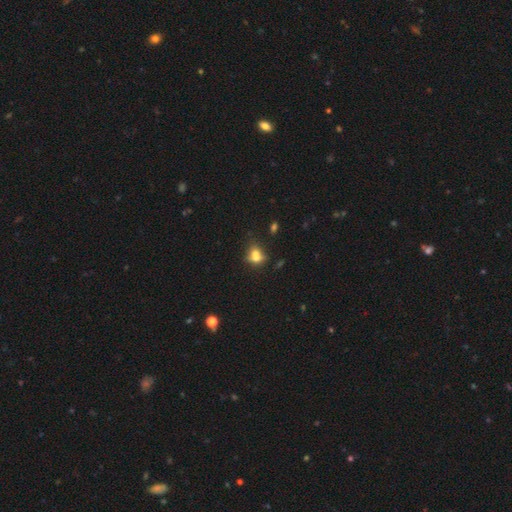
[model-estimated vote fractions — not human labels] Overall: smooth (66%). How rounded: round (52%; in between 46%). Merging: merger (48%; none 32%).